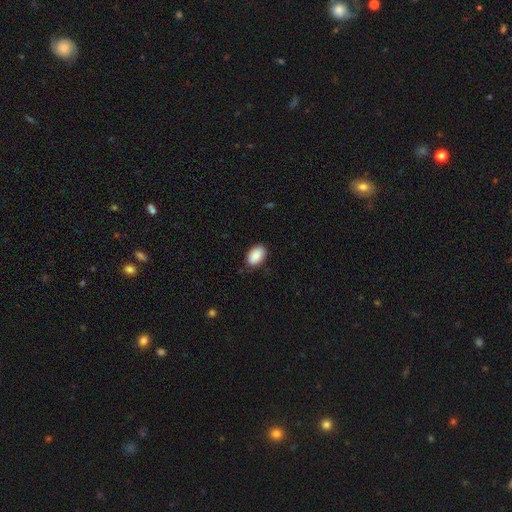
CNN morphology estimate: This is clearly a smooth galaxy (89%). How rounded: clearly in between (92%). Merging: clearly none (83%).